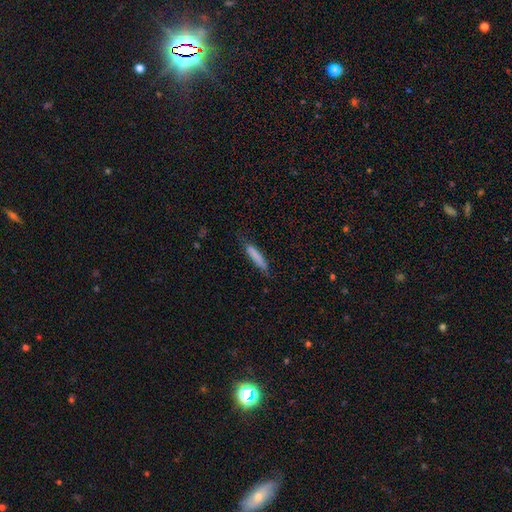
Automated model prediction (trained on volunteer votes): smooth 79%, featured or disk 14%, star or artifact 7%. Down the decision tree: how rounded — cigar-shaped (88%); merging — none (71%).